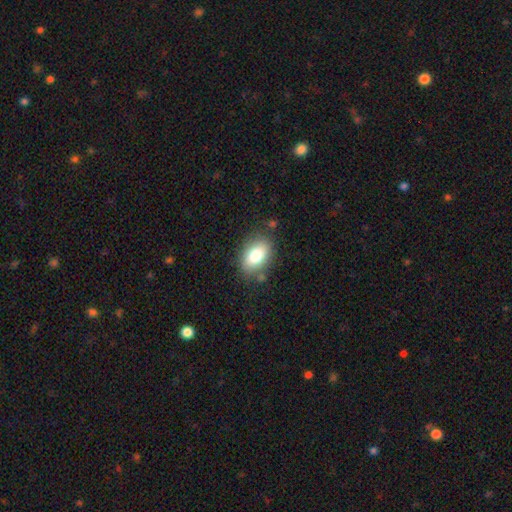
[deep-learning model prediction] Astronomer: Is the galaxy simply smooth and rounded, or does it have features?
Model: smooth — 79%.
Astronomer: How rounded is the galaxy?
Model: in between — 87%.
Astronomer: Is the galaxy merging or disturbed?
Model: none — 78%.